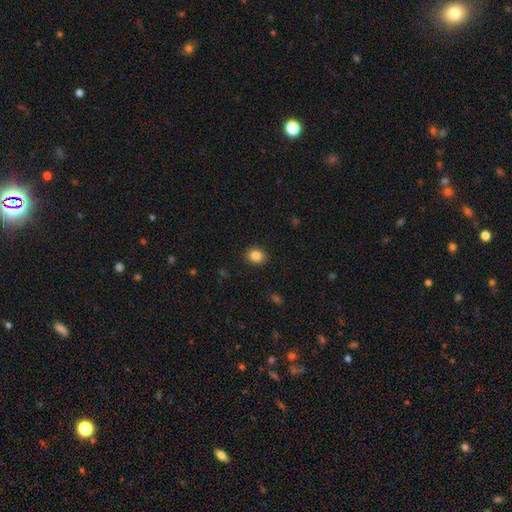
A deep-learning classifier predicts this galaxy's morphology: smooth 86%, star or artifact 10%, featured or disk 4%. Down the decision tree: how rounded — round (64%); merging — none (90%).